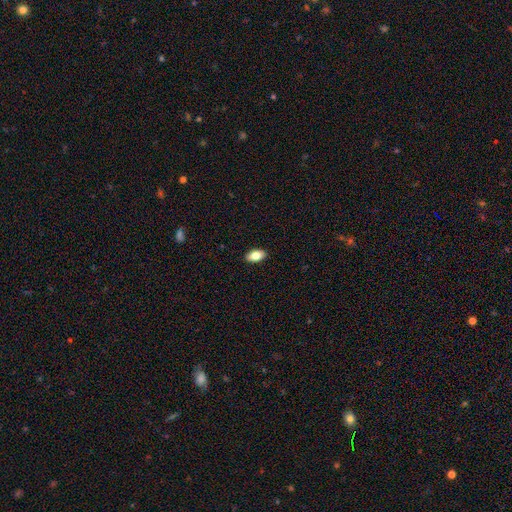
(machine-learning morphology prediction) A smooth galaxy with no disk features (82%) that is in between round and cigar-shaped (92%).

Vote fractions:
- Smooth or featured? smooth: 82% / featured or disk: 11% / star or artifact: 7%
- How rounded? in between: 92% / round: 4% / cigar-shaped: 4%
- Merging? none: 90% / minor disturbance: 8% / major disturbance: 2% / merger: 1%